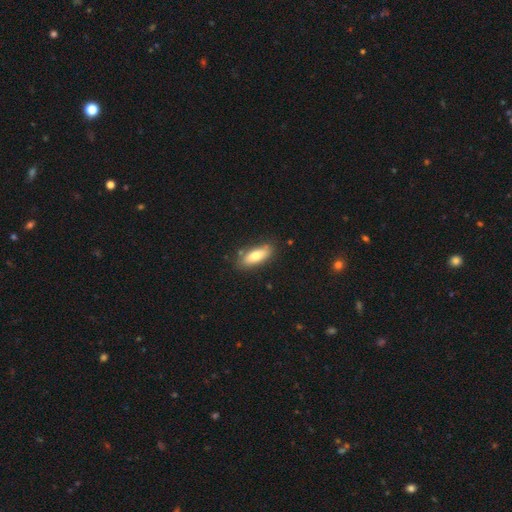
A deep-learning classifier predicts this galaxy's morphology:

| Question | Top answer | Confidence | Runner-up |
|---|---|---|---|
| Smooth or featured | smooth | 74% | featured or disk (20%) |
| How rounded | in between | 71% | cigar-shaped (26%) |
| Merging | none | 80% | minor disturbance (14%) |